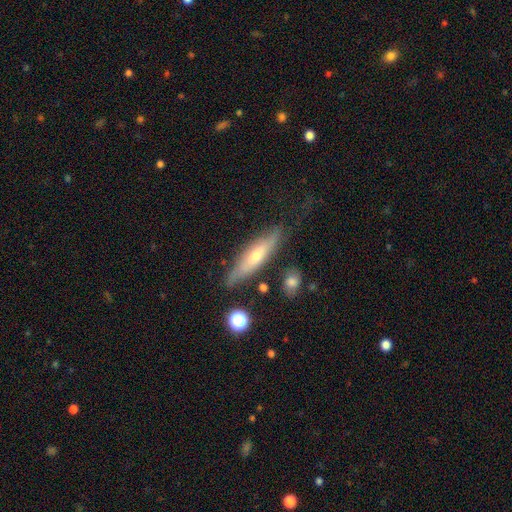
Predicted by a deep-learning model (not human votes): A featured or disk galaxy (54%) viewed edge-on (77%). Merging: none (69%).